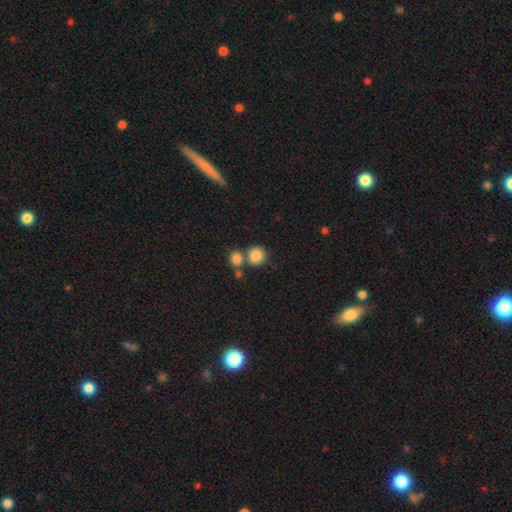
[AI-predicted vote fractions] Q: Smooth or featured?
A: smooth (85%); runner-up: star or artifact (9%)
Q: How rounded?
A: round (87%); runner-up: in between (12%)
Q: Merging?
A: none (58%); runner-up: merger (30%)